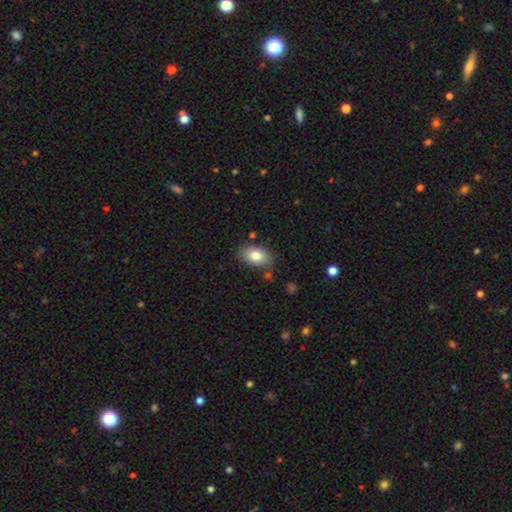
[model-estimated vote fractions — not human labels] A smooth galaxy with no disk features (82%) that is in between round and cigar-shaped (90%).

Vote fractions:
- Smooth or featured? smooth: 82% / featured or disk: 11% / star or artifact: 7%
- How rounded? in between: 90% / round: 9% / cigar-shaped: 1%
- Merging? none: 79% / minor disturbance: 13% / merger: 4% / major disturbance: 3%